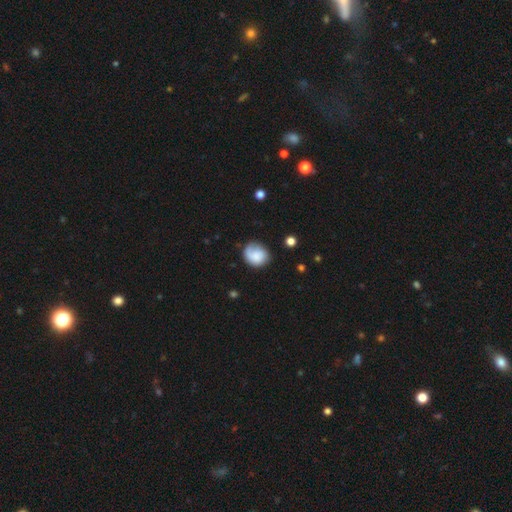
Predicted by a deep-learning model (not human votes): This is likely a smooth galaxy (67%). How rounded: likely round (70%). Merging: possibly none (60%).